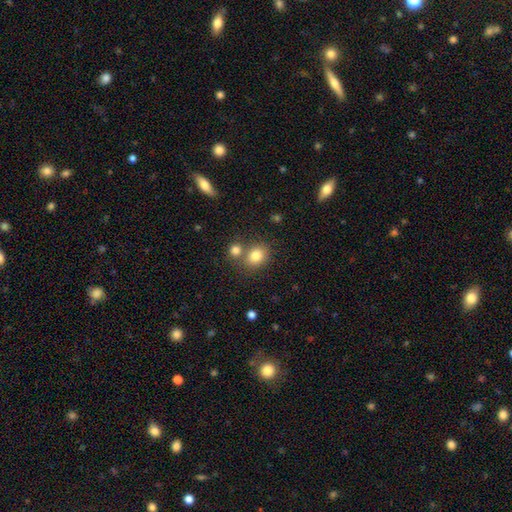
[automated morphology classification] Smooth or featured?
  - smooth: 81% *
  - star or artifact: 11%
  - featured or disk: 8%
How rounded?
  - round: 59% *
  - in between: 40%
  - cigar-shaped: 1%
Merging?
  - none: 60% *
  - merger: 27%
  - minor disturbance: 10%
  - major disturbance: 4%